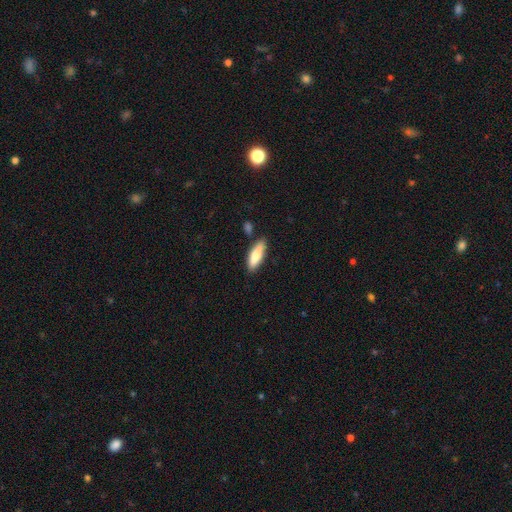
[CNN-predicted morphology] Smooth or featured? Predicted: smooth (p=0.77). How rounded? Predicted: in between (p=0.55). Merging? Predicted: none (p=0.79).